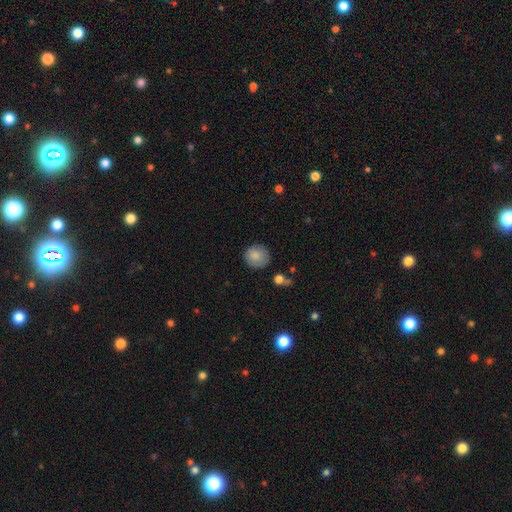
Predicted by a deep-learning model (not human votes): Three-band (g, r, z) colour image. It shows a smooth galaxy with no disk features (86%) that is round (89%). Merging: none (85%).